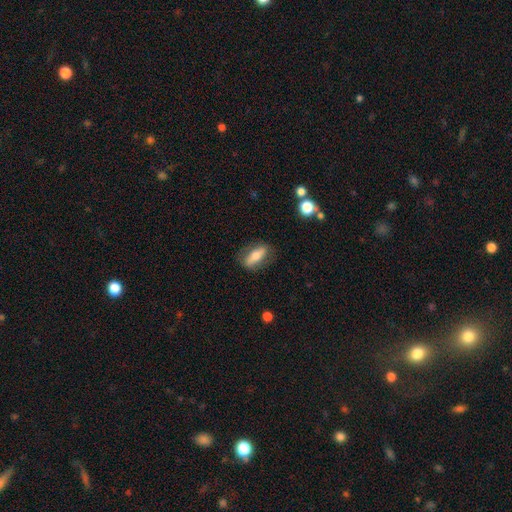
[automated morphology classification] A smooth galaxy with no disk features (58%) that is in between round and cigar-shaped (63%). Merging: none (79%).